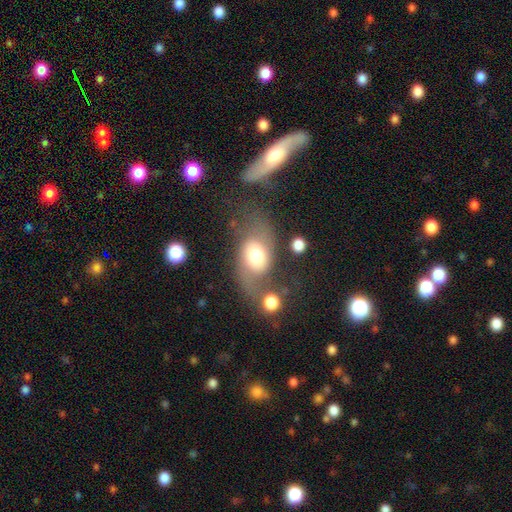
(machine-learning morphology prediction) Smooth or featured? featured or disk (48%)
Merging? none (43%)